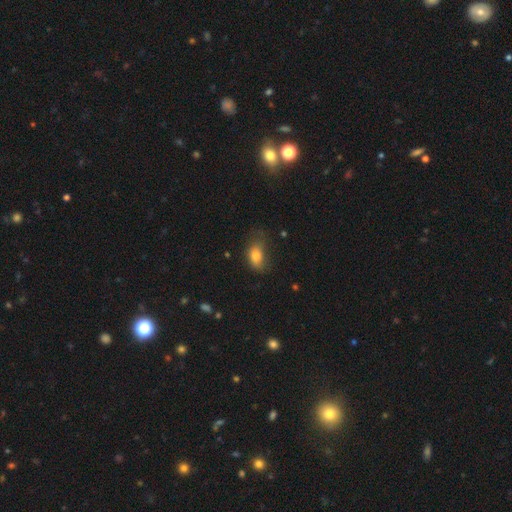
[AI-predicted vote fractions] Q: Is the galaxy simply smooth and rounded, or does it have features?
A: smooth — 79%.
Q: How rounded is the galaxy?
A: in between — 84%.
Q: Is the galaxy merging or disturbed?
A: none — 46%.